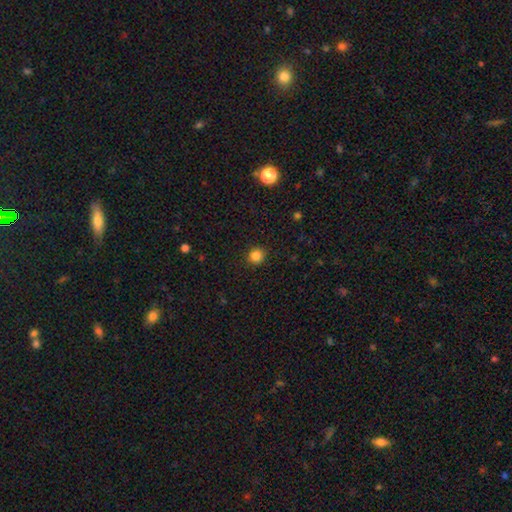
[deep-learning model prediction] Smooth or featured? Predicted: smooth (p=0.84). How rounded? Predicted: round (p=0.92). Merging? Predicted: none (p=0.92).